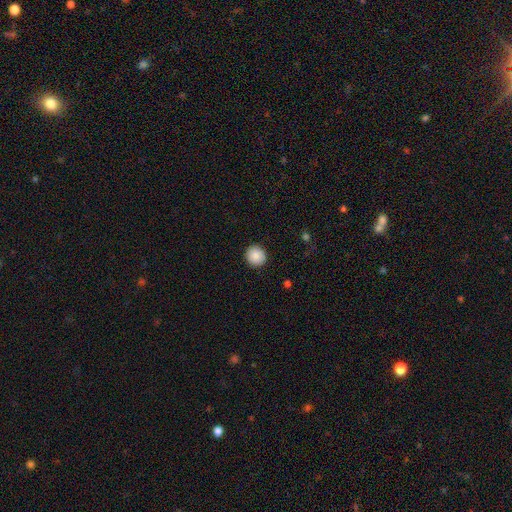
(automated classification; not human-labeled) Overall: smooth (88%). How rounded: round (92%). Merging: none (91%).